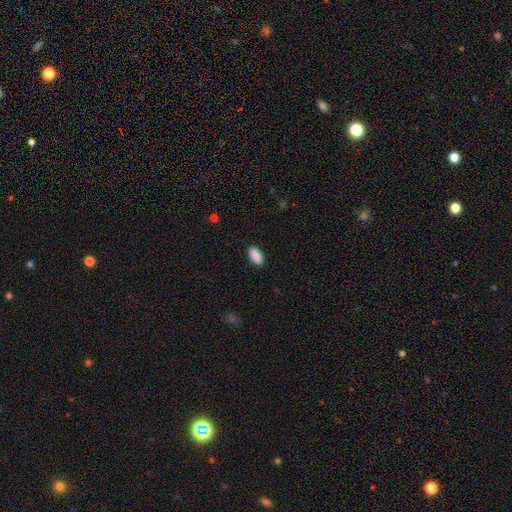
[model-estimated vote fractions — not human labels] Smooth or featured? Predicted: smooth (p=0.90). How rounded? Predicted: in between (p=0.91). Merging? Predicted: none (p=0.89).